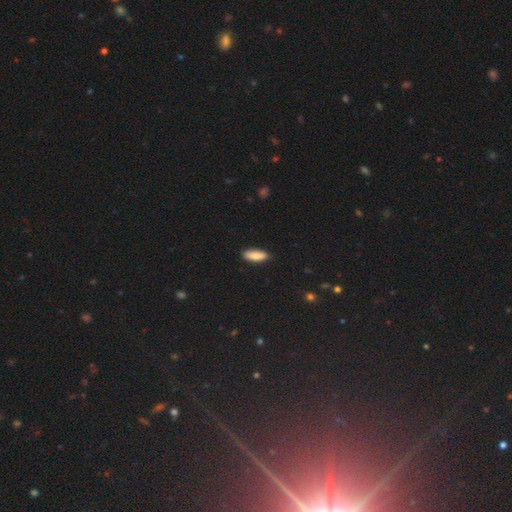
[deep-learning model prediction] Q: Smooth or featured?
A: smooth (86%); runner-up: featured or disk (8%)
Q: How rounded?
A: in between (62%); runner-up: cigar-shaped (36%)
Q: Merging?
A: none (88%); runner-up: minor disturbance (9%)